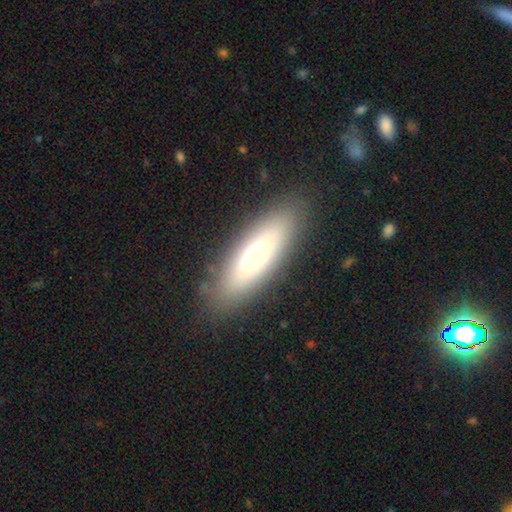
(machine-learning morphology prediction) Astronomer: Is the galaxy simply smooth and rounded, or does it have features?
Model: smooth — 63%.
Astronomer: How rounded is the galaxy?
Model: in between — 57% (runner-up: cigar-shaped, 41%).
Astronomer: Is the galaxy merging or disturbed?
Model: none — 84%.